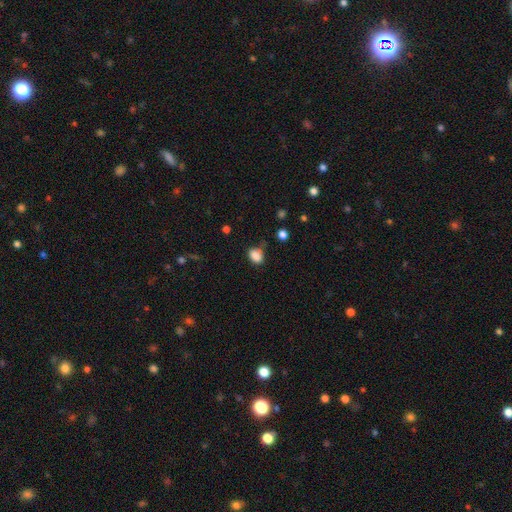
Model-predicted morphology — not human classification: smooth 86%, star or artifact 10%, featured or disk 4%. Down the decision tree: how rounded — in between (64%); merging — none (62%).